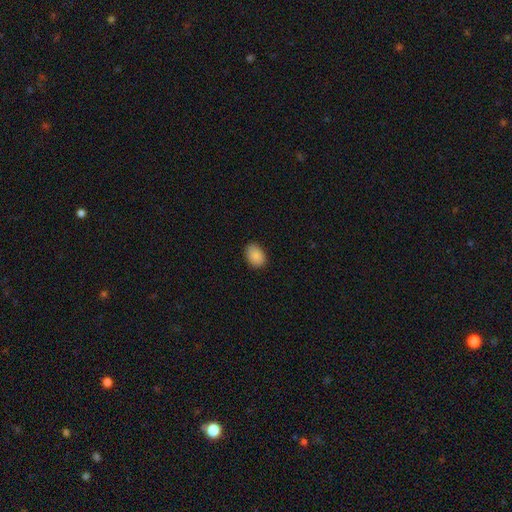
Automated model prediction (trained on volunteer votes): smooth-or-featured: smooth: 90% | star or artifact: 7% | featured or disk: 3%
  how-rounded: in between: 80% | round: 19% | cigar-shaped: 1%
  merging: none: 87% | minor disturbance: 10% | major disturbance: 2% | merger: 1%